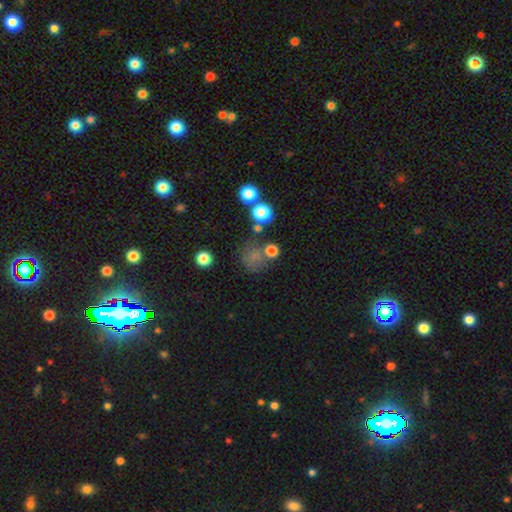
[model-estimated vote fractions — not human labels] A smooth galaxy with no disk features (65%) that is round (85%).

Vote fractions:
- Smooth or featured? smooth: 65% / star or artifact: 24% / featured or disk: 11%
- How rounded? round: 85% / in between: 14% / cigar-shaped: 1%
- Merging? none: 63% / minor disturbance: 14% / merger: 14% / major disturbance: 9%